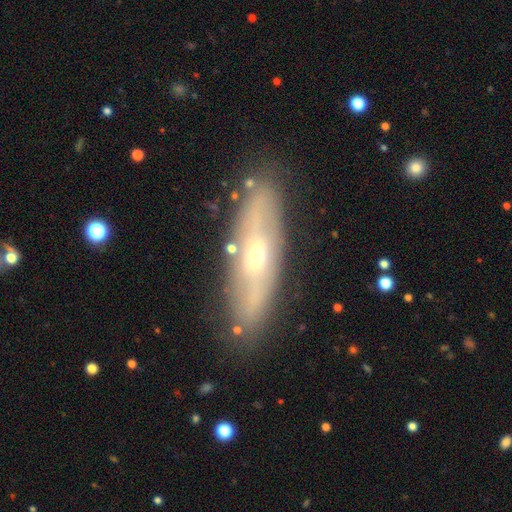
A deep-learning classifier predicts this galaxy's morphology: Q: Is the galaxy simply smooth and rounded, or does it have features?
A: featured or disk — 64%.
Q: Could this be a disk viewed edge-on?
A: no — 59%.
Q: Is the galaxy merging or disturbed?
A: none — 82%.